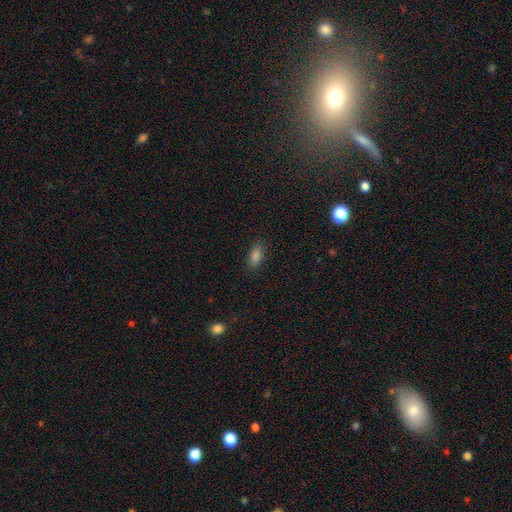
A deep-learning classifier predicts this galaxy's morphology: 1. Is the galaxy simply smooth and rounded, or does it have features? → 80% smooth, 13% star or artifact, 7% featured or disk.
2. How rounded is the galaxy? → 82% in between, 13% cigar-shaped, 5% round.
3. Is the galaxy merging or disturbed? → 87% none, 9% minor disturbance, 2% major disturbance, 1% merger.